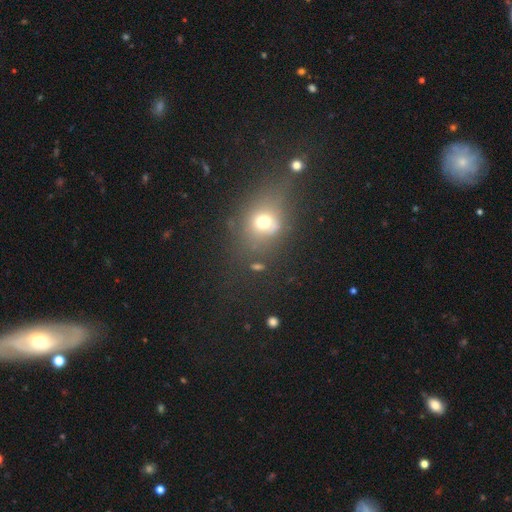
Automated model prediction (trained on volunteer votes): smooth 53%, star or artifact 31%, featured or disk 16%. Down the decision tree: how rounded — in between (49%); merging — none (71%).